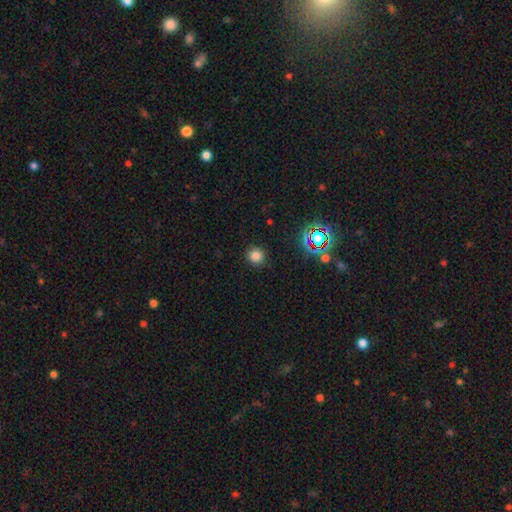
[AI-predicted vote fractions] Smooth or featured? smooth (79%)
How rounded? round (94%)
Merging? none (91%)